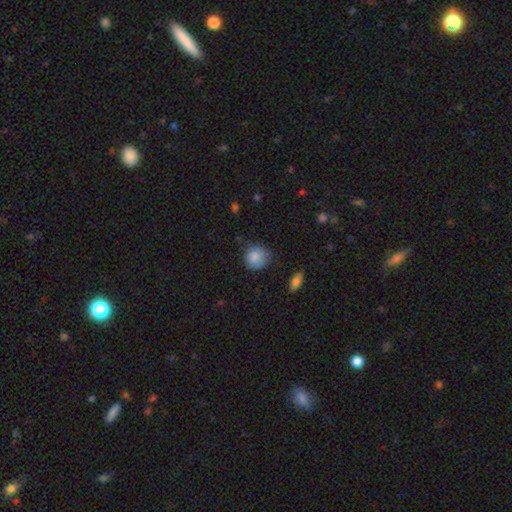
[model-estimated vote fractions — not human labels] Morphology: type=smooth (84%); roundness=round (83%); merging=none (63%).